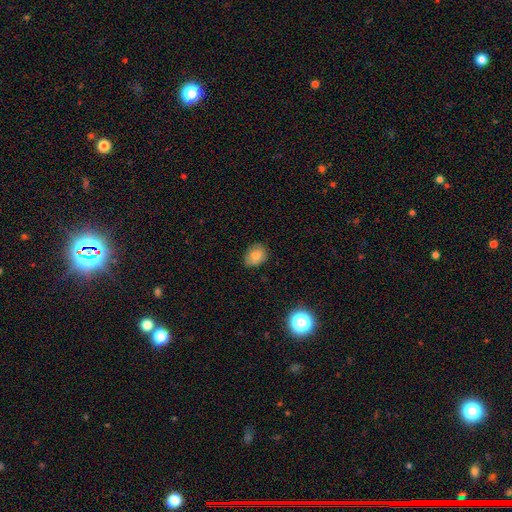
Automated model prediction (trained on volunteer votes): Q: Smooth or featured?
A: smooth (74%); runner-up: featured or disk (15%)
Q: How rounded?
A: in between (58%); runner-up: round (41%)
Q: Merging?
A: none (75%); runner-up: minor disturbance (20%)